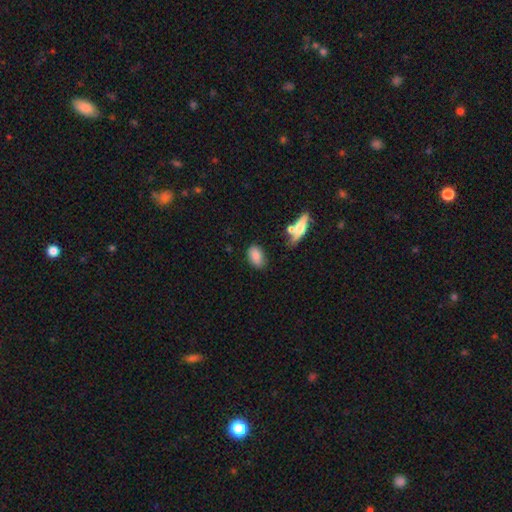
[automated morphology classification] This is clearly a smooth galaxy (84%). How rounded: clearly in between (90%). Merging: likely none (73%).